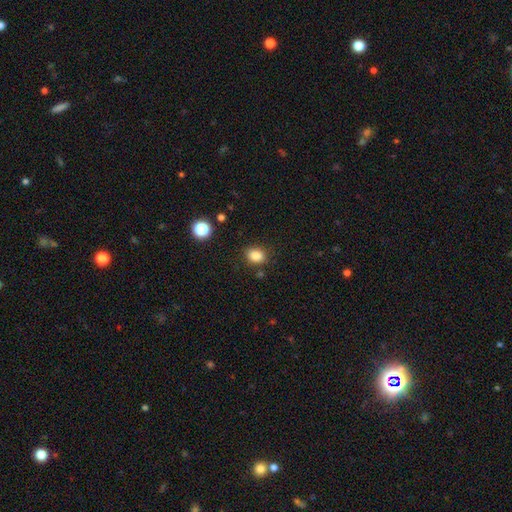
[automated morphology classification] Overall: smooth (85%). How rounded: in between (55%; round 44%). Merging: none (82%).